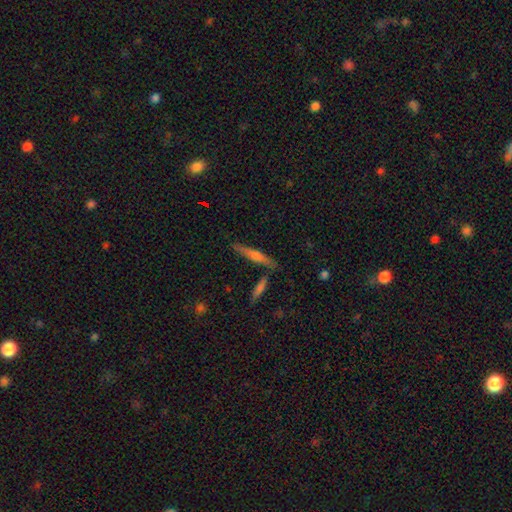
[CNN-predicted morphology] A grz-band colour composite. It shows a featured or disk galaxy (52%) viewed edge-on (95%). Merging: none (80%).